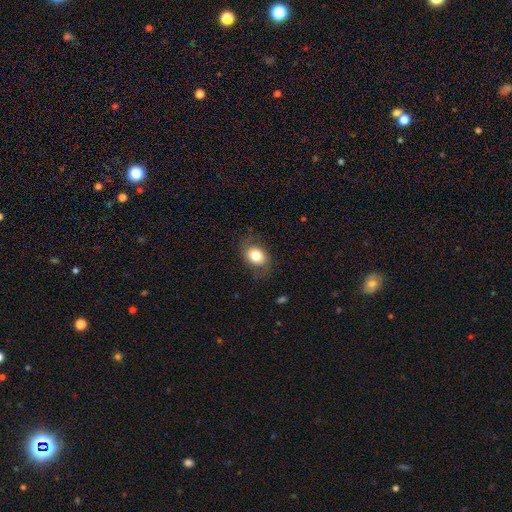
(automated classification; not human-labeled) This is likely a smooth galaxy (76%). How rounded: likely in between (66%). Merging: likely none (74%).